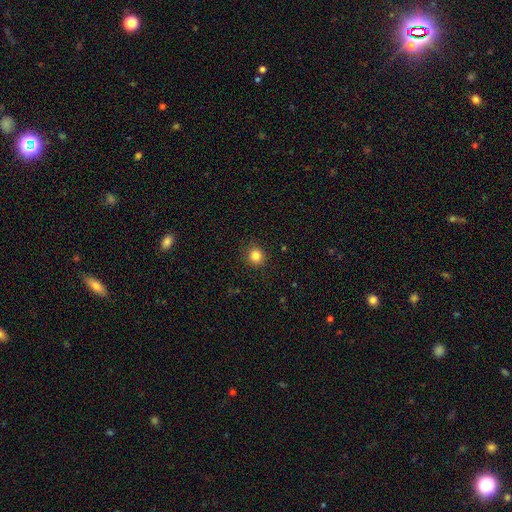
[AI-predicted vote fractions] smooth 84%, star or artifact 11%, featured or disk 5%. Down the decision tree: how rounded — round (90%); merging — none (90%).